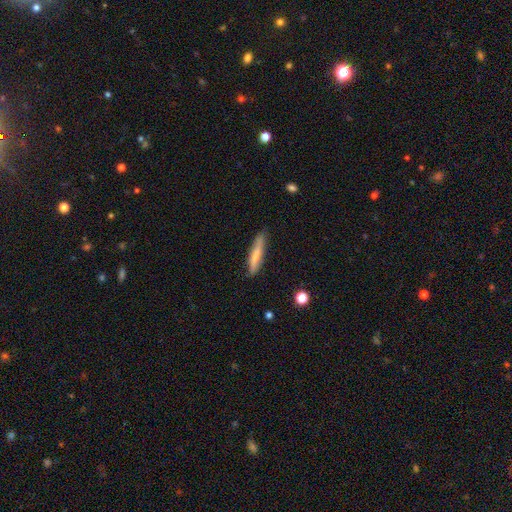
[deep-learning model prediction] Q: Smooth or featured?
A: smooth (71%); runner-up: featured or disk (23%)
Q: How rounded?
A: cigar-shaped (89%); runner-up: in between (9%)
Q: Merging?
A: none (82%); runner-up: minor disturbance (14%)